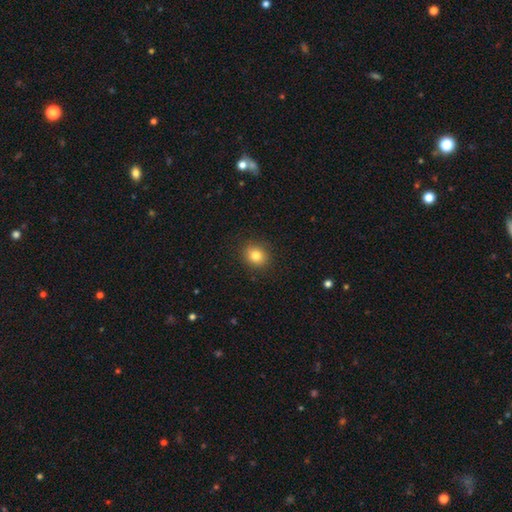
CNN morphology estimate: type=smooth (81%); roundness=round (70%); merging=none (89%).